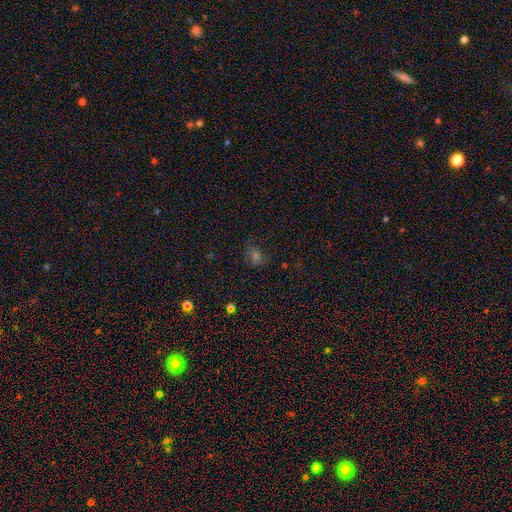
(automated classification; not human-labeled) Smooth or featured: smooth — 56% (star or artifact — 29%)
How rounded: round — 60% (in between — 38%)
Merging: none — 66% (minor disturbance — 21%)